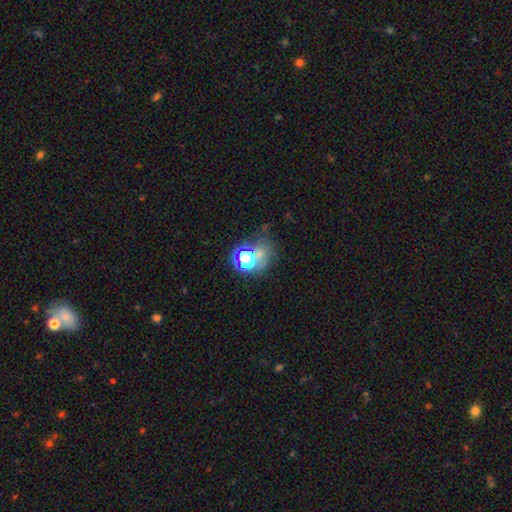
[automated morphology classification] Smooth or featured: star or artifact — 44% (smooth — 39%)